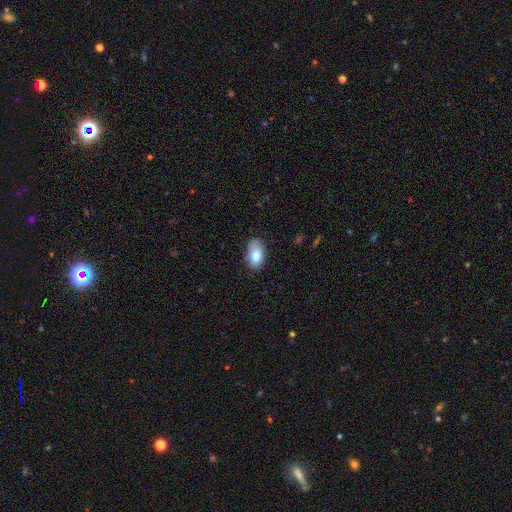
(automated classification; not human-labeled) Q: Smooth or featured?
A: smooth (81%); runner-up: featured or disk (11%)
Q: How rounded?
A: in between (92%); runner-up: round (7%)
Q: Merging?
A: none (68%); runner-up: minor disturbance (25%)